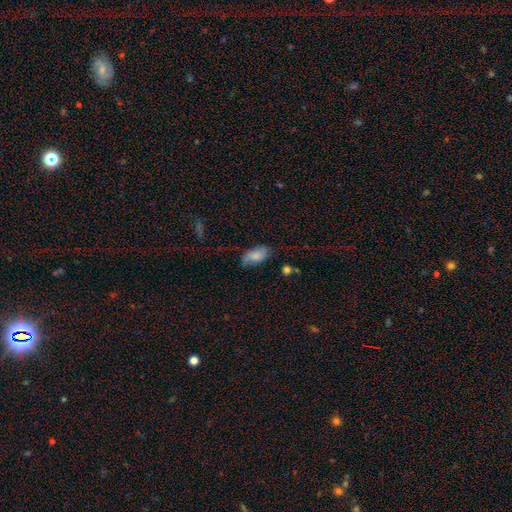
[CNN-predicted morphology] A smooth galaxy with no disk features (76%) that is in between round and cigar-shaped (93%).

Vote fractions:
- Smooth or featured? smooth: 76% / featured or disk: 17% / star or artifact: 7%
- How rounded? in between: 93% / cigar-shaped: 4% / round: 3%
- Merging? none: 65% / minor disturbance: 27% / major disturbance: 6% / merger: 2%